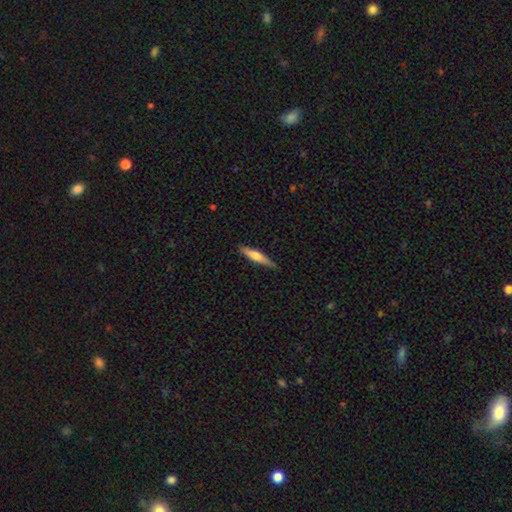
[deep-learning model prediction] Overall: smooth (54%; featured or disk 41%). How rounded: cigar-shaped (87%). Merging: none (85%).